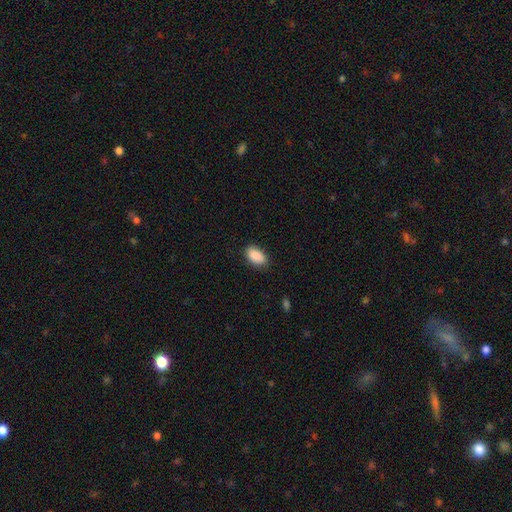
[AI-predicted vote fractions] smooth_or_featured: smooth (p=0.90) [alt: star or artifact p=0.07]
how_rounded: in between (p=0.93) [alt: round p=0.04]
merging: none (p=0.86) [alt: minor disturbance p=0.11]